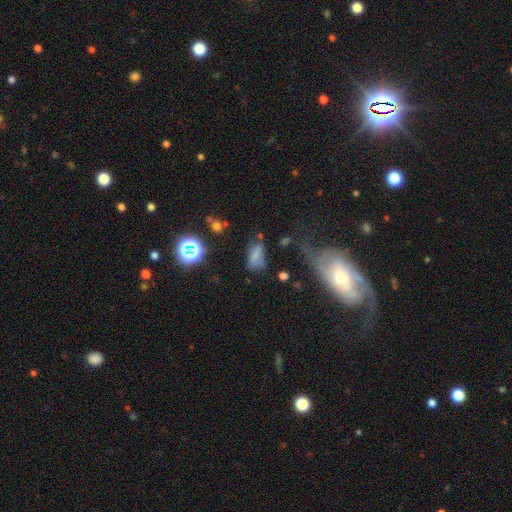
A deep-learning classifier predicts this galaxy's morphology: Overall: smooth (62%). How rounded: in between (85%). Merging: none (42%; minor disturbance 28%).